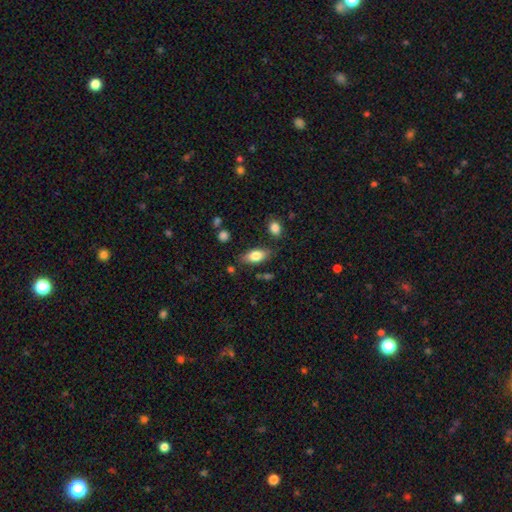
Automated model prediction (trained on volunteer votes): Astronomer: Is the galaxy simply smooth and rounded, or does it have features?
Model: smooth — 79%.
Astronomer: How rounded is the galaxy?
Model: in between — 87%.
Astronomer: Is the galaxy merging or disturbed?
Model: none — 78%.